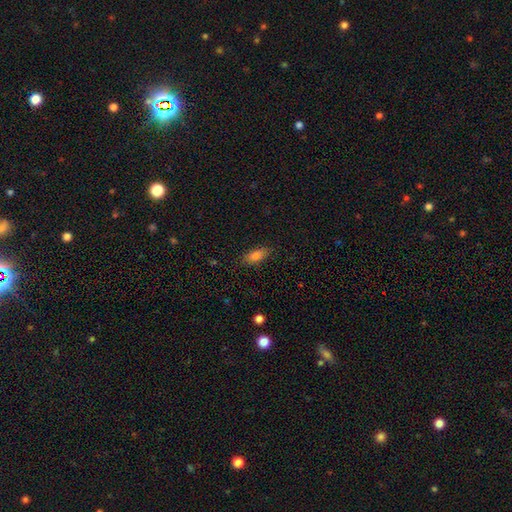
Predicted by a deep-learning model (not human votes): Smooth or featured?
  - smooth: 82% *
  - star or artifact: 10%
  - featured or disk: 8%
How rounded?
  - in between: 79% *
  - cigar-shaped: 18%
  - round: 3%
Merging?
  - none: 83% *
  - minor disturbance: 12%
  - major disturbance: 3%
  - merger: 1%